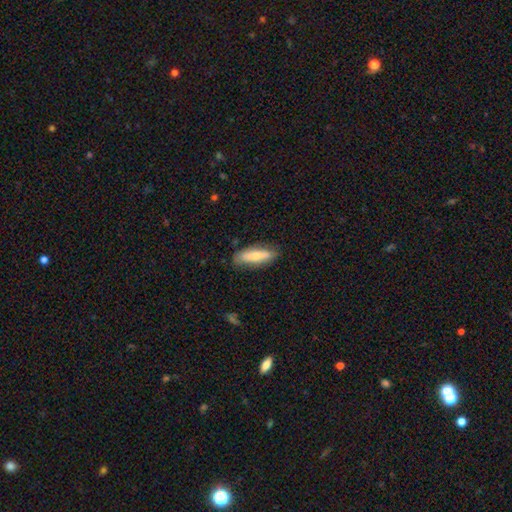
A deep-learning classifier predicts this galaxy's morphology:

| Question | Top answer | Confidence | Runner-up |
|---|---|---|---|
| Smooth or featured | smooth | 66% | featured or disk (28%) |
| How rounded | in between | 52% | cigar-shaped (46%) |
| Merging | none | 79% | minor disturbance (16%) |